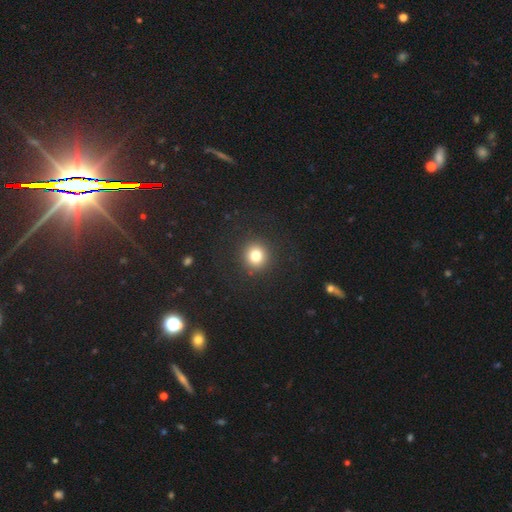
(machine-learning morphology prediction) A smooth galaxy with no disk features (80%) that is round (92%). Merging: none (91%).